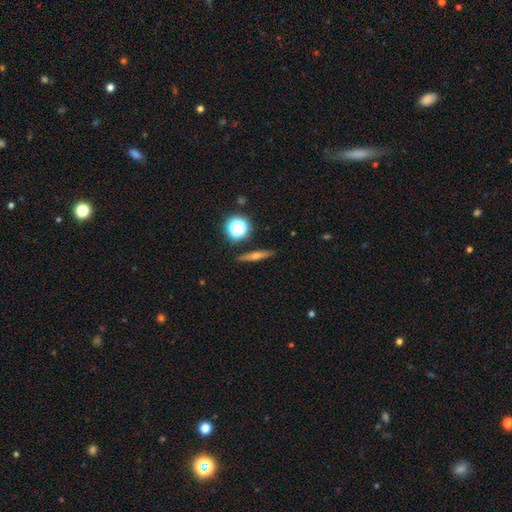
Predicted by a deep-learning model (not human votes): Smooth or featured? featured or disk (53%)
Edge-on disk? yes (94%)
Edge-on bulge? rounded (84%)
Merging? none (90%)